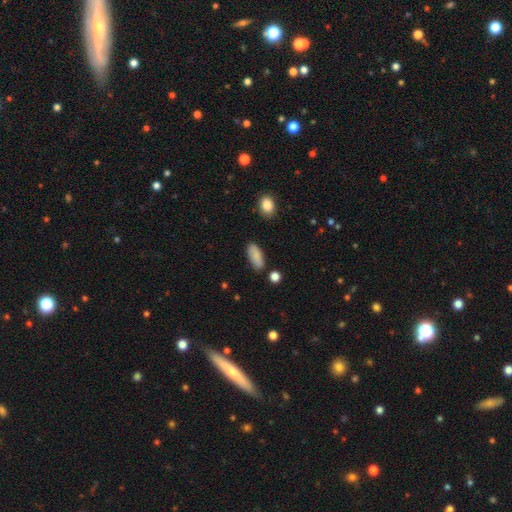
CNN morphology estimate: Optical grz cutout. It shows a smooth galaxy with no disk features (84%) that is in between round and cigar-shaped (85%). Merging: none (81%).